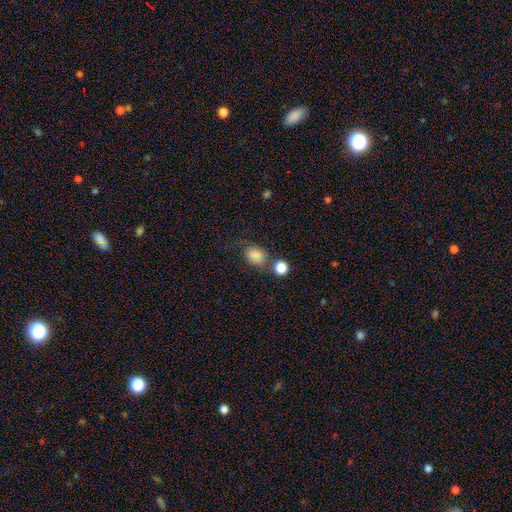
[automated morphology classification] Overall: smooth (71%). How rounded: in between (55%; round 43%). Merging: none (65%).